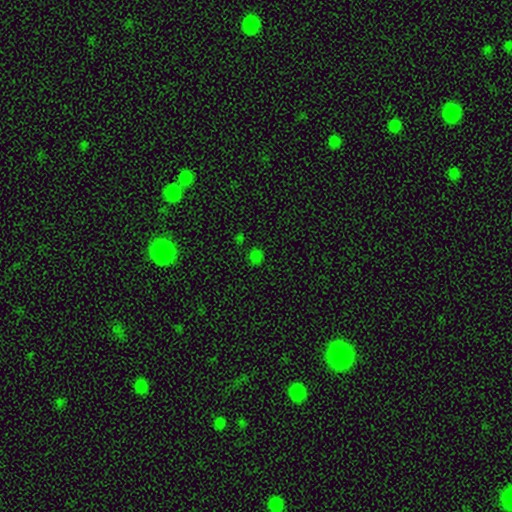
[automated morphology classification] Q: Smooth or featured?
A: smooth (65%); runner-up: star or artifact (30%)
Q: How rounded?
A: round (83%); runner-up: in between (16%)
Q: Merging?
A: none (83%); runner-up: minor disturbance (10%)